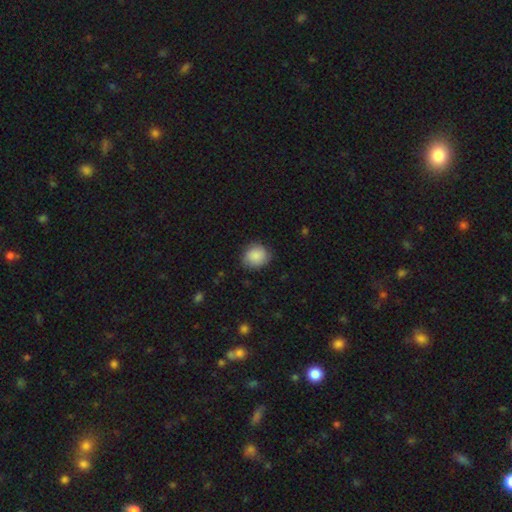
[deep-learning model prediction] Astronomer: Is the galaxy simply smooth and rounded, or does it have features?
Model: smooth — 88%.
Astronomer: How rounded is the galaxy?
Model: round — 77%.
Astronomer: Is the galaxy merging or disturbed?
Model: none — 79%.